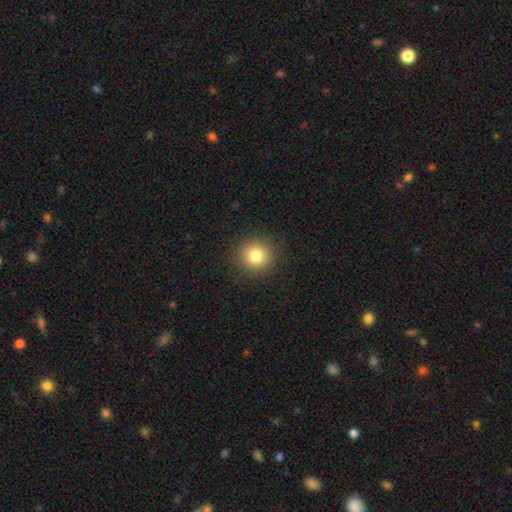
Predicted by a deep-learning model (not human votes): Smooth or featured? smooth (81%)
How rounded? round (93%)
Merging? none (91%)